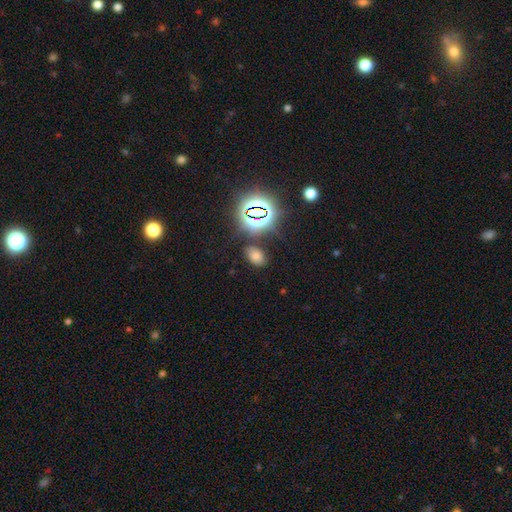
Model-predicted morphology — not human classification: The model was most divided on "smooth or featured": smooth: 62%, star or artifact: 30%, featured or disk: 8%. More confident: how rounded — in between (85%); merging — none (82%).